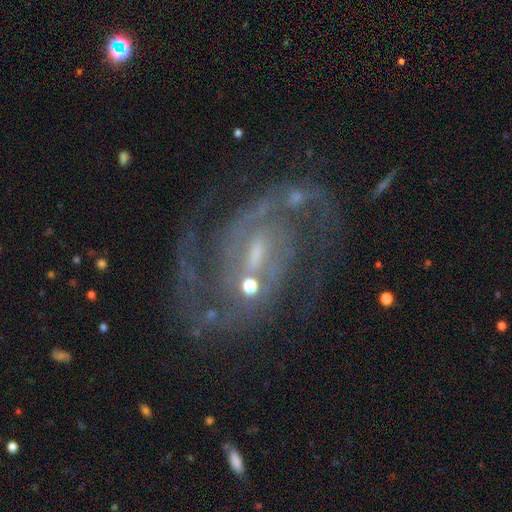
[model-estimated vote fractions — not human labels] This appears to be a featured or disk galaxy (91%) with a weak bar (52%), 2 (86%) medium (58%) spiral arms (98%) and a small central bulge (62%). Merging: none (70%).